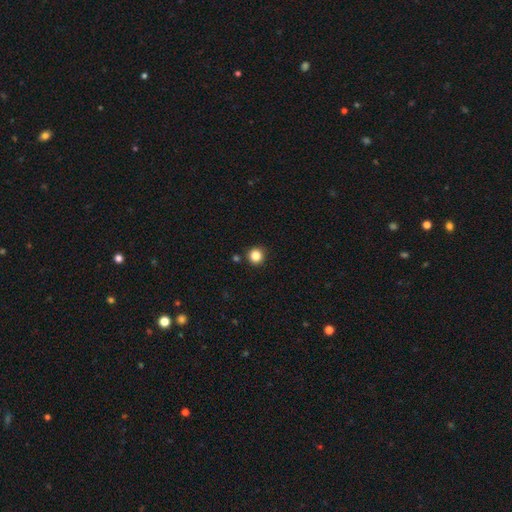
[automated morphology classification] smooth 84%, star or artifact 12%, featured or disk 4%. Down the decision tree: how rounded — round (95%); merging — none (90%).